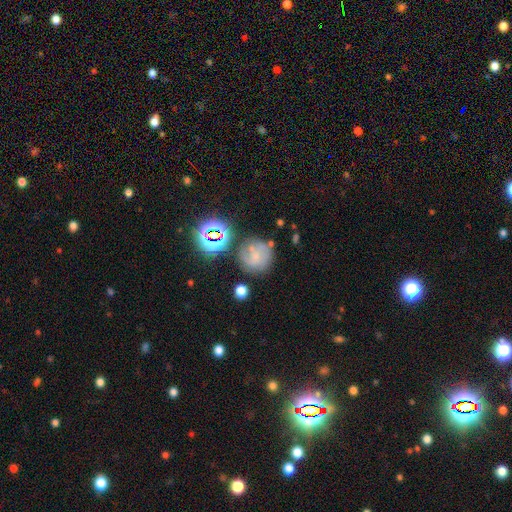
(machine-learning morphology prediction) This appears to be a smooth galaxy with no disk features (44%). Merging: none (63%).